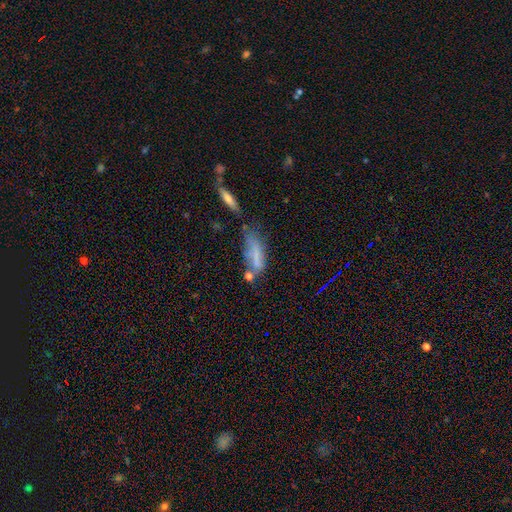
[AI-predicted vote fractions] This is possibly a smooth galaxy (54%). How rounded: possibly in between (54%). Merging: marginally none (30%).